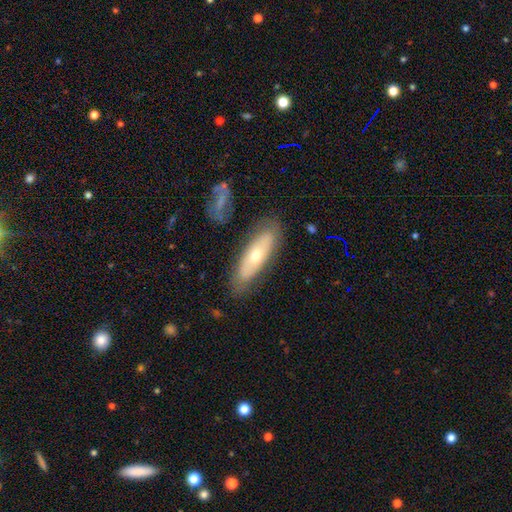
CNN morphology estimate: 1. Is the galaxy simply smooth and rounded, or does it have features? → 49% smooth, 45% featured or disk, 7% star or artifact.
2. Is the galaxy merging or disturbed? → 81% none, 13% minor disturbance, 4% major disturbance, 3% merger.